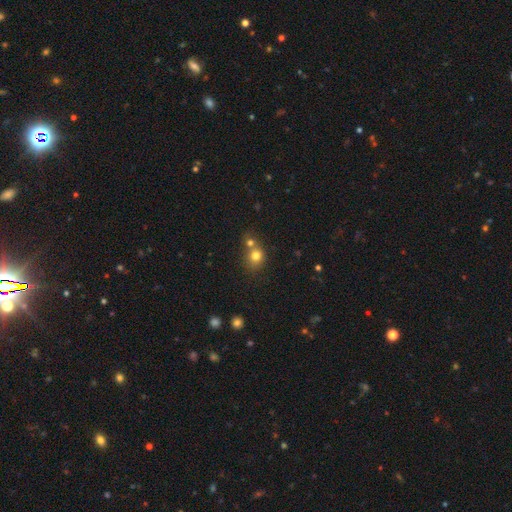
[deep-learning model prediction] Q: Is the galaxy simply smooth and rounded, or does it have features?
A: smooth — 77%.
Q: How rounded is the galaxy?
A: round — 77%.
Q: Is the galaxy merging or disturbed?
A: none — 45%.